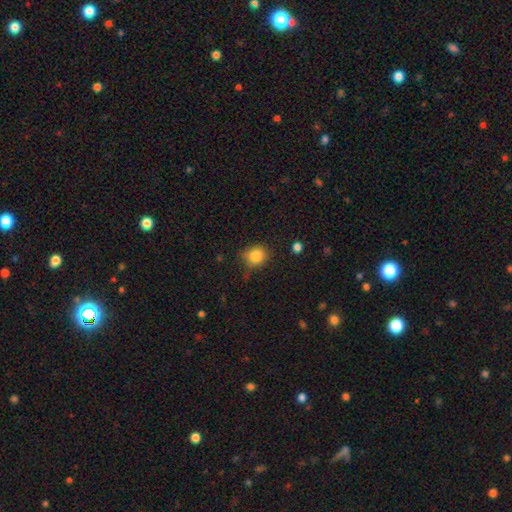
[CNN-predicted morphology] Smooth or featured?
  - smooth: 85% *
  - star or artifact: 10%
  - featured or disk: 5%
How rounded?
  - round: 80% *
  - in between: 20%
  - cigar-shaped: 1%
Merging?
  - none: 75% *
  - minor disturbance: 18%
  - major disturbance: 4%
  - merger: 3%